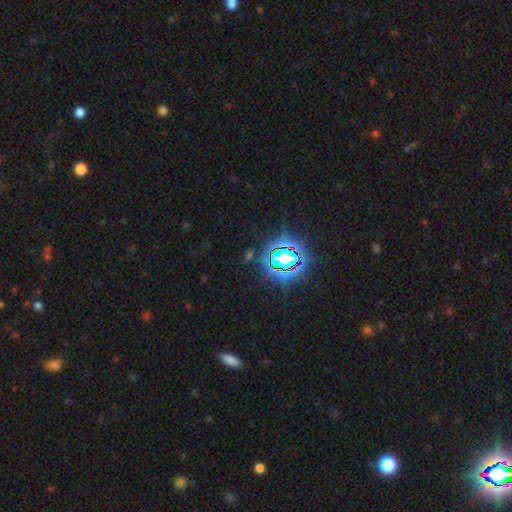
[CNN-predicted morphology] Smooth or featured? star or artifact (76%)